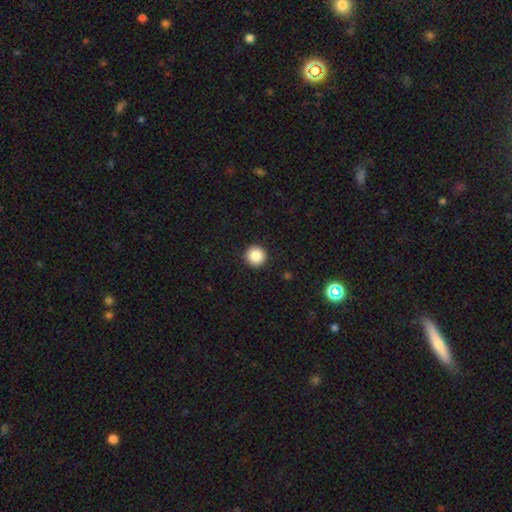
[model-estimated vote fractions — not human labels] Smooth or featured: smooth — 87% (star or artifact — 9%)
How rounded: round — 96% (in between — 3%)
Merging: none — 93% (minor disturbance — 4%)